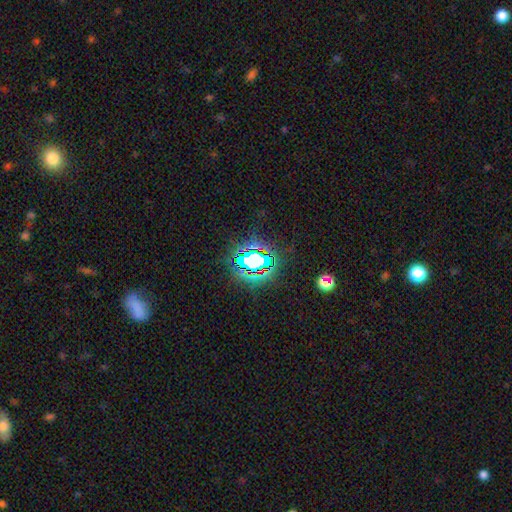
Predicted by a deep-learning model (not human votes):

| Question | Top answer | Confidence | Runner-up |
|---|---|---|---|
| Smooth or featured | star or artifact | 69% | smooth (18%) |